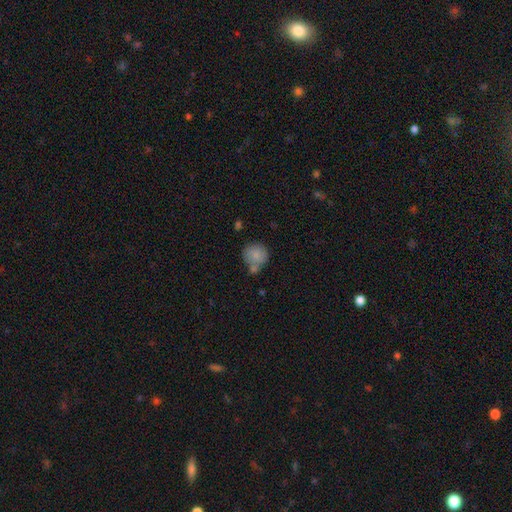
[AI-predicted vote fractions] Q: Smooth or featured?
A: smooth (83%); runner-up: featured or disk (9%)
Q: How rounded?
A: round (87%); runner-up: in between (12%)
Q: Merging?
A: none (55%); runner-up: merger (24%)